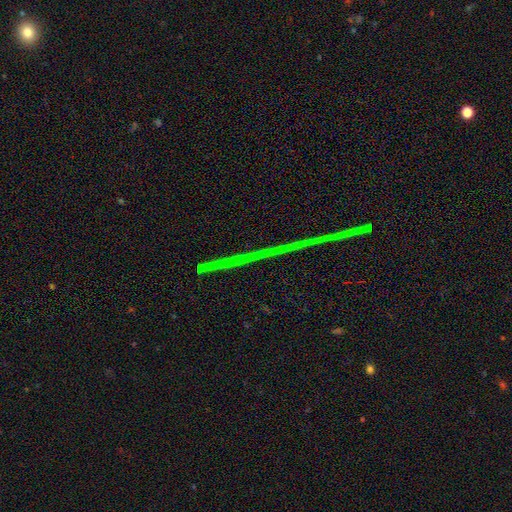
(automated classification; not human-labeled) This appears to be a star or artifact, not a galaxy (78%).